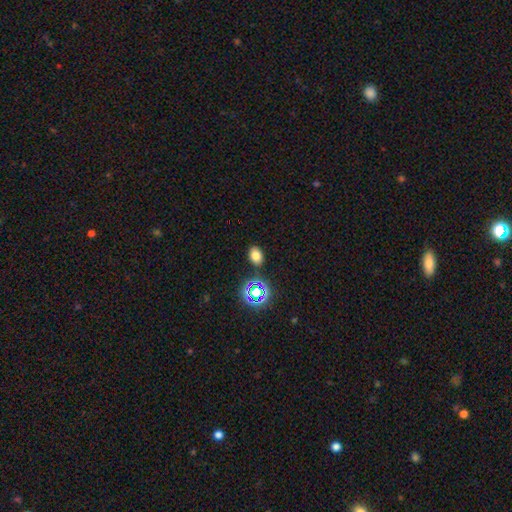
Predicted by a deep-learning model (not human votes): This appears to be a smooth galaxy with no disk features (72%) that is in between round and cigar-shaped (76%). Merging: none (84%).